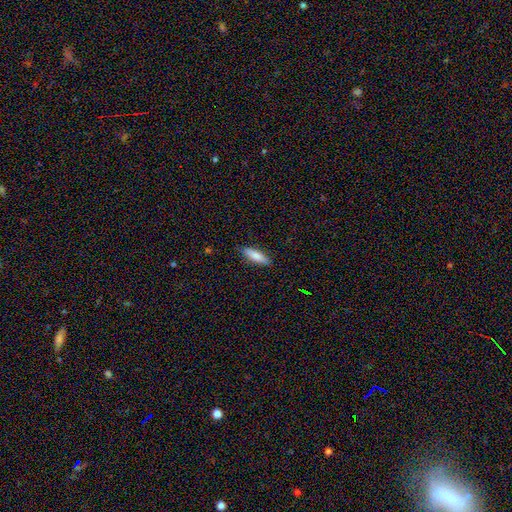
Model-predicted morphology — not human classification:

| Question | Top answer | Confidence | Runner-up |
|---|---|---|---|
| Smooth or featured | smooth | 79% | featured or disk (15%) |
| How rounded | cigar-shaped | 54% | in between (44%) |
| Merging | none | 88% | minor disturbance (9%) |